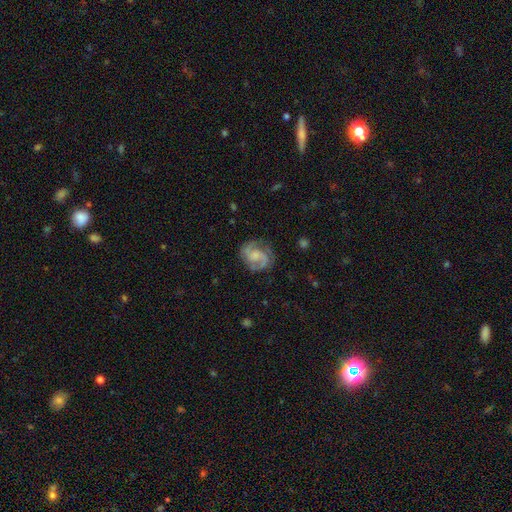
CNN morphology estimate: type=featured or disk (83%); edge-on=no (98%); bar=no (56%); spiral arms=yes (96%); winding=medium (54%); arm count=2 (87%); bulge=small (36%); merging=none (76%).